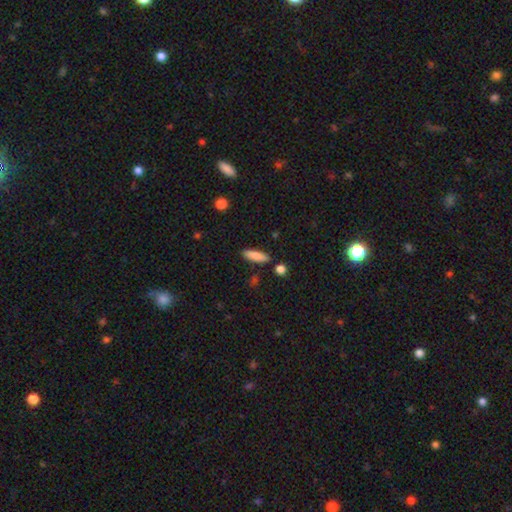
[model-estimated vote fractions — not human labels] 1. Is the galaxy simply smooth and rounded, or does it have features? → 86% smooth, 8% featured or disk, 6% star or artifact.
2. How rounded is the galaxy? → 59% cigar-shaped, 38% in between, 2% round.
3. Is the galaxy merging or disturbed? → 85% none, 9% minor disturbance, 3% merger, 2% major disturbance.